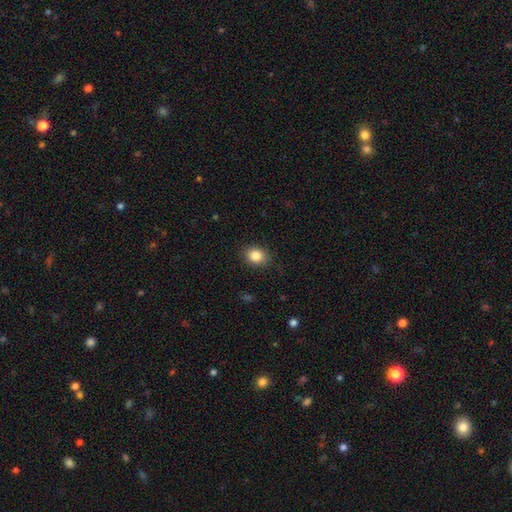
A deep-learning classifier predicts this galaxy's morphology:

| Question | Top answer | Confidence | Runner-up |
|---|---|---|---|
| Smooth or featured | smooth | 84% | star or artifact (10%) |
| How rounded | in between | 51% | round (48%) |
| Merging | none | 87% | minor disturbance (10%) |